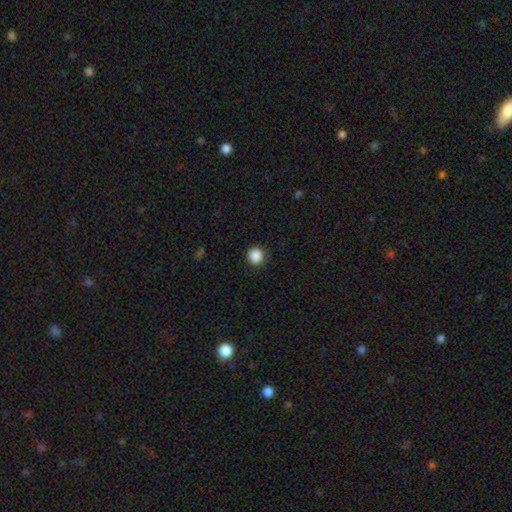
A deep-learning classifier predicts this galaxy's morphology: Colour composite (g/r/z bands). It shows a smooth galaxy with no disk features (88%) that is round (94%). Merging: none (90%).